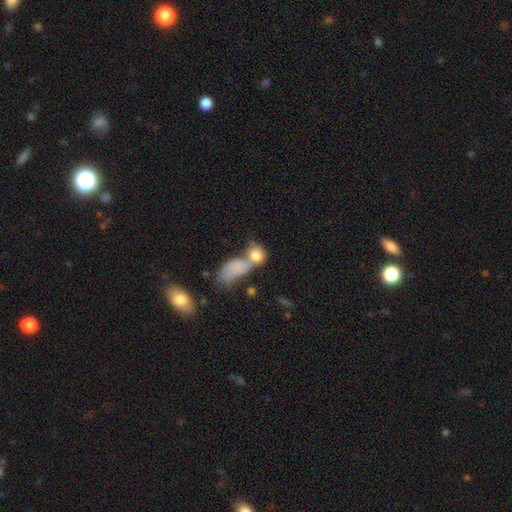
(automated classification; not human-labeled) Morphology: type=smooth (78%); roundness=in between (61%); merging=merger (56%).